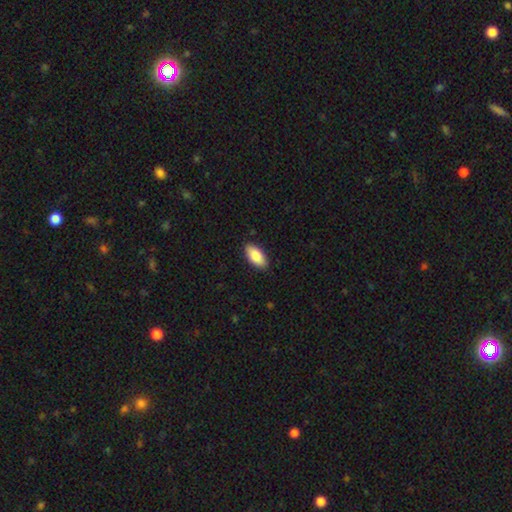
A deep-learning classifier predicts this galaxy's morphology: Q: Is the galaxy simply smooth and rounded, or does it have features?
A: smooth — 85%.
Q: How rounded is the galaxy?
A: in between — 92%.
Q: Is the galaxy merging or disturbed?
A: none — 88%.